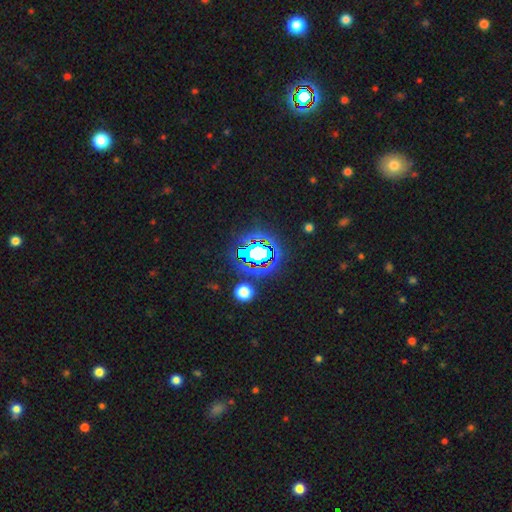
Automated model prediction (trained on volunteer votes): The model was most divided on "smooth or featured": star or artifact: 69%, smooth: 19%, featured or disk: 12%.